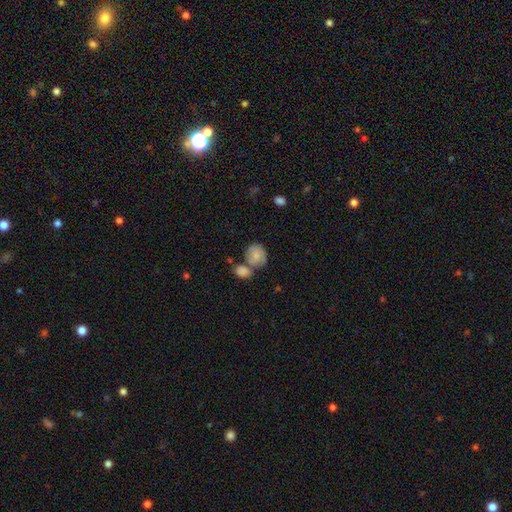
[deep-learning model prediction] Morphology: type=smooth (79%); roundness=round (66%); merging=none (41%).